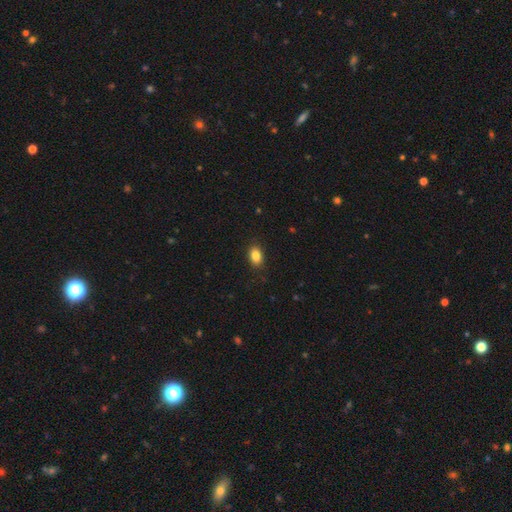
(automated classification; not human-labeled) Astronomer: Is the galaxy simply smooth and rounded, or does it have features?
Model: smooth — 85%.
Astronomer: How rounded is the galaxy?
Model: in between — 84%.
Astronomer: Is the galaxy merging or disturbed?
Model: none — 88%.